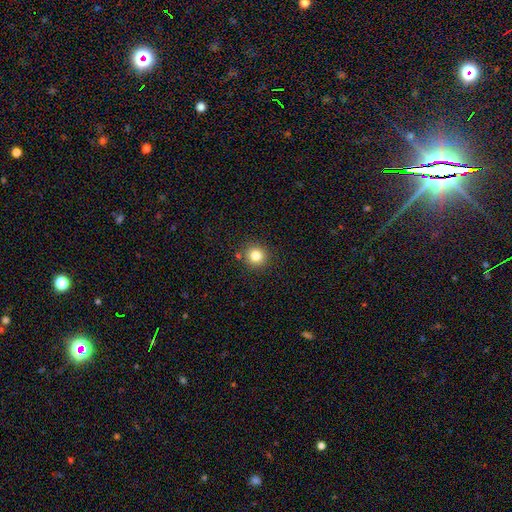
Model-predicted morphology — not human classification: Smooth or featured?
  - smooth: 82% *
  - star or artifact: 12%
  - featured or disk: 5%
How rounded?
  - round: 93% *
  - in between: 6%
  - cigar-shaped: 1%
Merging?
  - none: 89% *
  - minor disturbance: 7%
  - merger: 3%
  - major disturbance: 2%